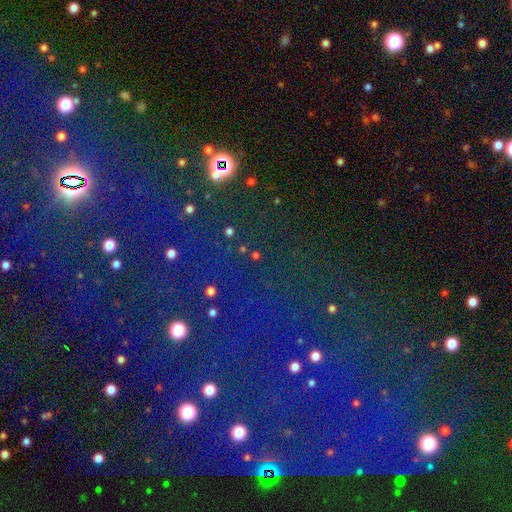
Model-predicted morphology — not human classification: type=star or artifact (70%).